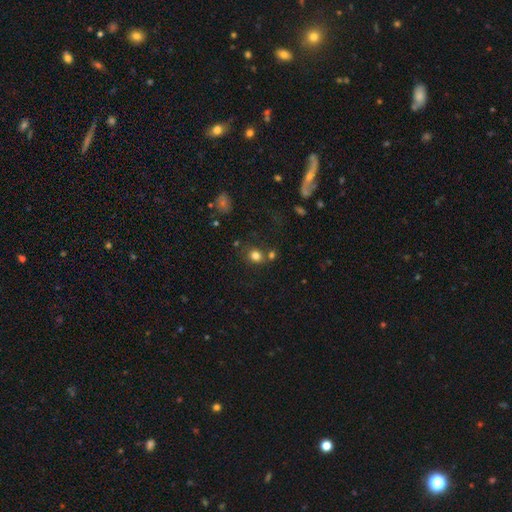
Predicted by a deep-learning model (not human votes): Smooth or featured? smooth (80%)
How rounded? round (68%)
Merging? none (67%)